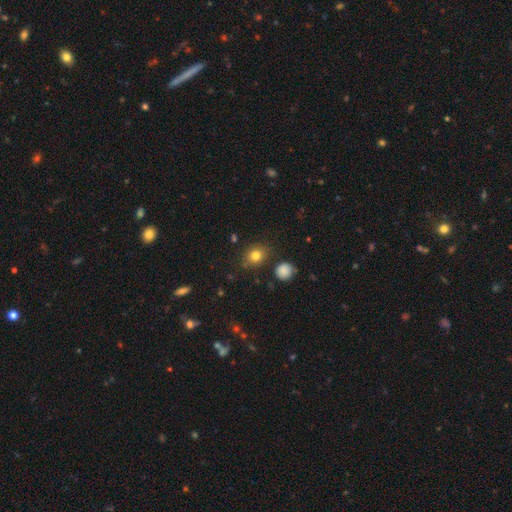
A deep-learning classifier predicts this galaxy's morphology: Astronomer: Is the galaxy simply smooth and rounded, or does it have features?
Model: smooth — 80%.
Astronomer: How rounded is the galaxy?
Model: round — 54% (runner-up: in between, 44%).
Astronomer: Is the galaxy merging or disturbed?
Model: none — 79%.